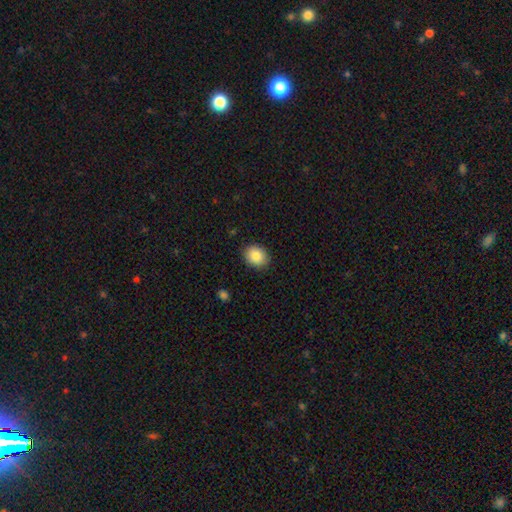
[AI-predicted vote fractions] Smooth or featured?
  - smooth: 87% *
  - star or artifact: 8%
  - featured or disk: 5%
How rounded?
  - round: 50% *
  - in between: 49%
  - cigar-shaped: 1%
Merging?
  - none: 88% *
  - minor disturbance: 9%
  - major disturbance: 2%
  - merger: 1%